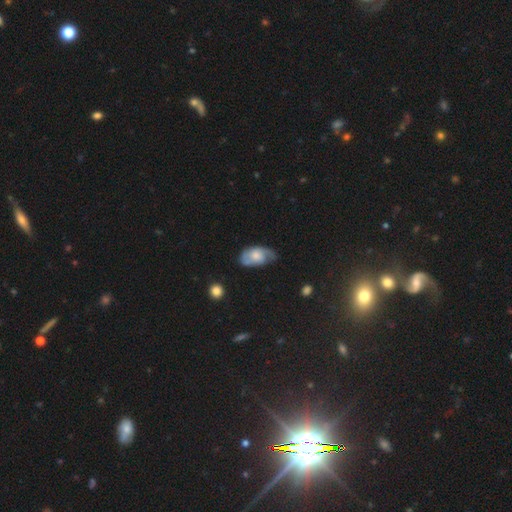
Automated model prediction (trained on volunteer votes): The model was most divided on "smooth or featured": featured or disk: 48%, smooth: 46%, star or artifact: 7%. More confident: merging — none (52%).